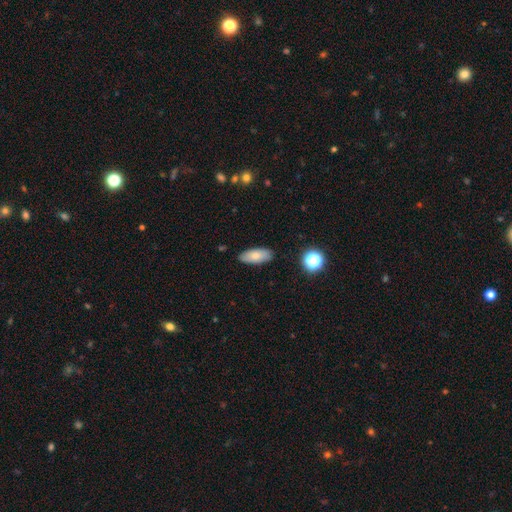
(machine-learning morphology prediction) Smooth or featured?
  - smooth: 77% *
  - featured or disk: 15%
  - star or artifact: 8%
How rounded?
  - in between: 82% *
  - cigar-shaped: 15%
  - round: 3%
Merging?
  - none: 86% *
  - minor disturbance: 10%
  - major disturbance: 2%
  - merger: 1%